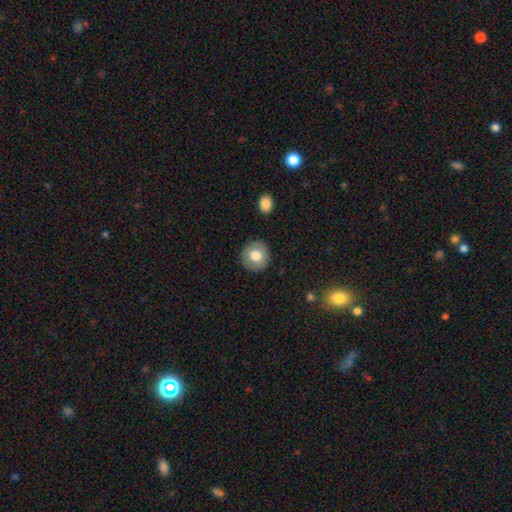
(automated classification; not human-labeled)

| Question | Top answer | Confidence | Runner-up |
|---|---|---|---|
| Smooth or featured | smooth | 78% | featured or disk (14%) |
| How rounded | round | 92% | in between (7%) |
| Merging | none | 90% | minor disturbance (7%) |